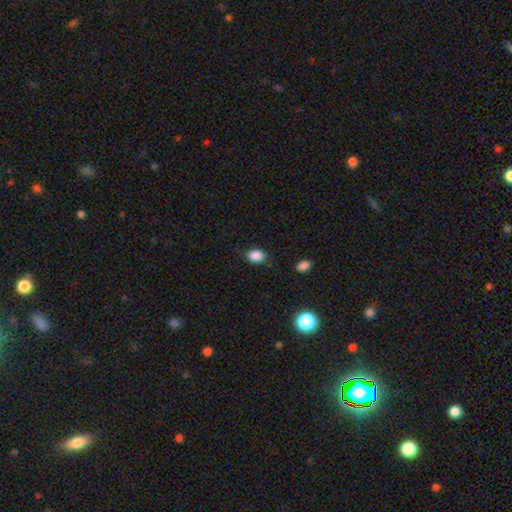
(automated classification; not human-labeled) A smooth galaxy with no disk features (87%) that is in between round and cigar-shaped (71%). Merging: none (78%).